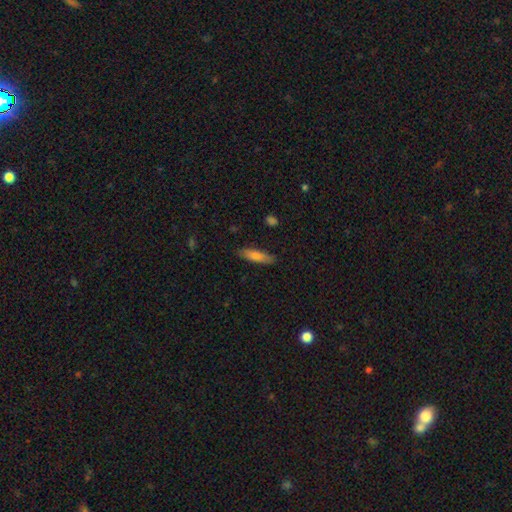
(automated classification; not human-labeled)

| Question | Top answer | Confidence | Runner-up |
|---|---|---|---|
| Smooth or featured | smooth | 75% | featured or disk (19%) |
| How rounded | cigar-shaped | 69% | in between (29%) |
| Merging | none | 86% | minor disturbance (11%) |